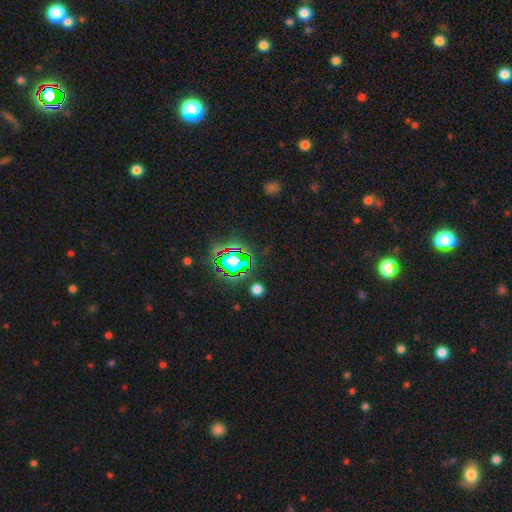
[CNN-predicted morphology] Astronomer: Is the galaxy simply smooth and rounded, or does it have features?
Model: star or artifact — 81%.